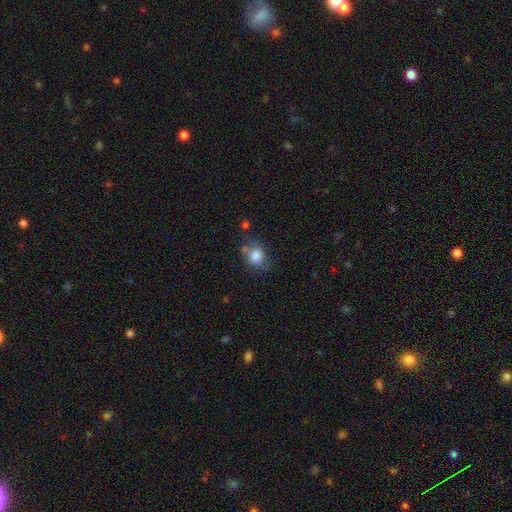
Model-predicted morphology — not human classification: Smooth or featured? smooth (81%)
How rounded? round (55%)
Merging? none (57%)